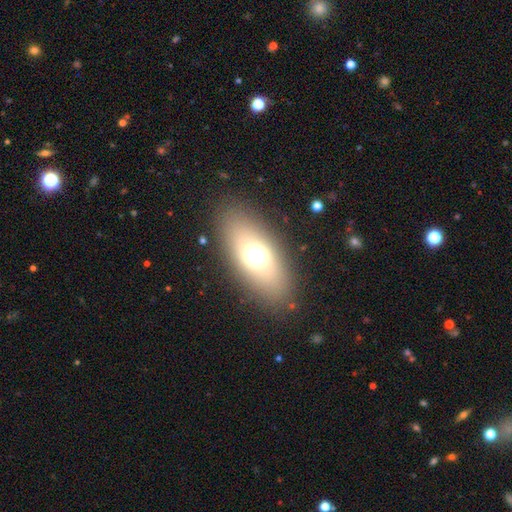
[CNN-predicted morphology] smooth-or-featured: smooth: 60% | featured or disk: 26% | star or artifact: 14%
  how-rounded: in between: 80% | round: 11% | cigar-shaped: 9%
  merging: none: 85% | minor disturbance: 8% | major disturbance: 5% | merger: 1%